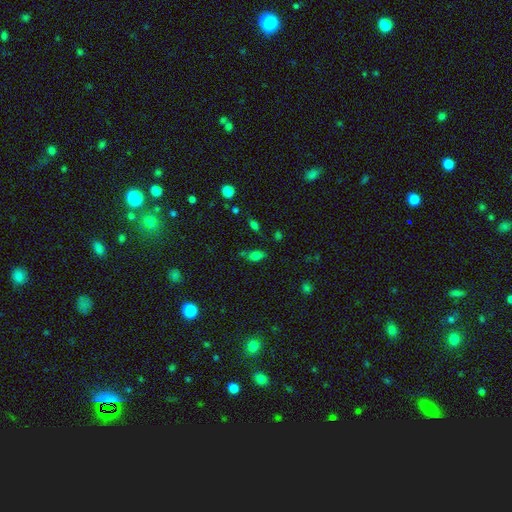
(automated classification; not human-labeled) The model was most divided on "merging": none: 65%, minor disturbance: 20%, merger: 8%, major disturbance: 7%. More confident: how rounded — in between (85%); smooth or featured — smooth (72%).